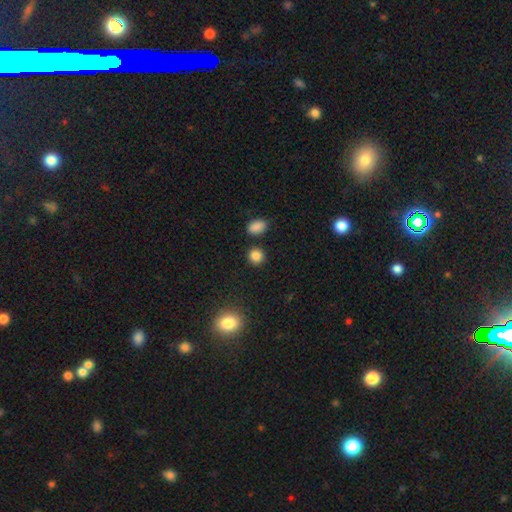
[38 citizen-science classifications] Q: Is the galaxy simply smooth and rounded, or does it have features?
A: smooth — 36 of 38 (95%).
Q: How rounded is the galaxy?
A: round — 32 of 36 (89%).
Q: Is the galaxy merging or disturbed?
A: none — 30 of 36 (83%).